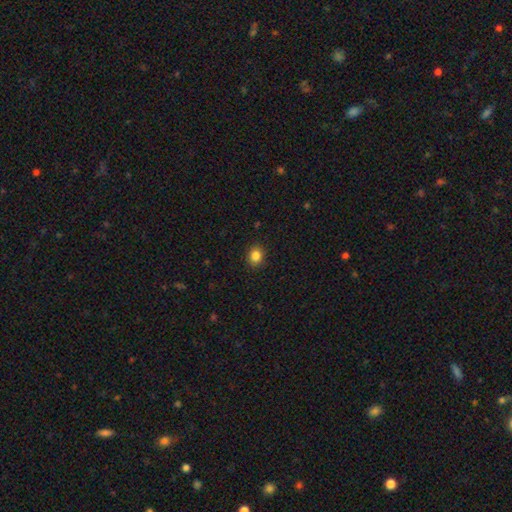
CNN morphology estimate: smooth 85%, star or artifact 11%, featured or disk 4%. Down the decision tree: how rounded — round (64%); merging — none (89%).